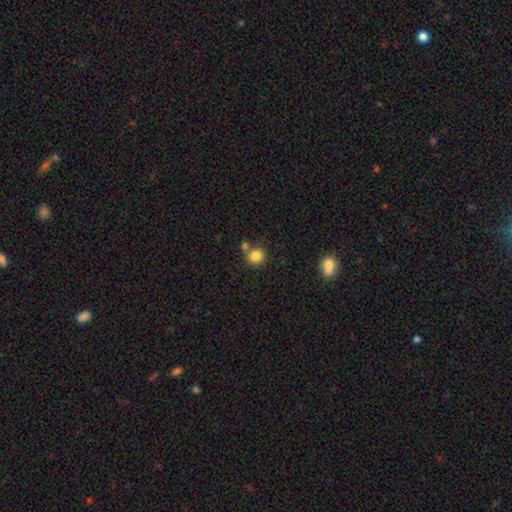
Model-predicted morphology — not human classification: smooth 84%, star or artifact 10%, featured or disk 6%. Down the decision tree: how rounded — round (87%); merging — none (66%).